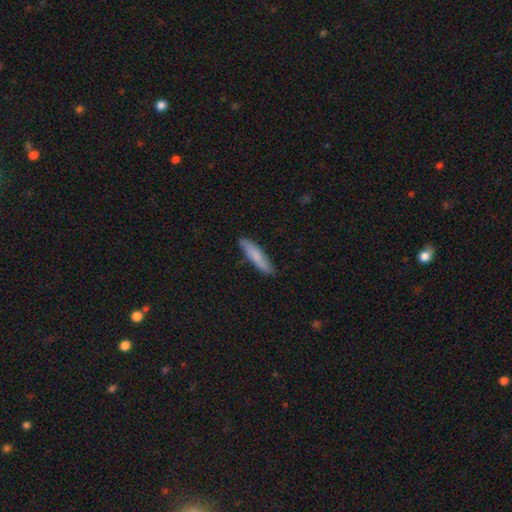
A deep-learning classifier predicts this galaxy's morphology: type=smooth (75%); roundness=cigar-shaped (83%); merging=none (84%).